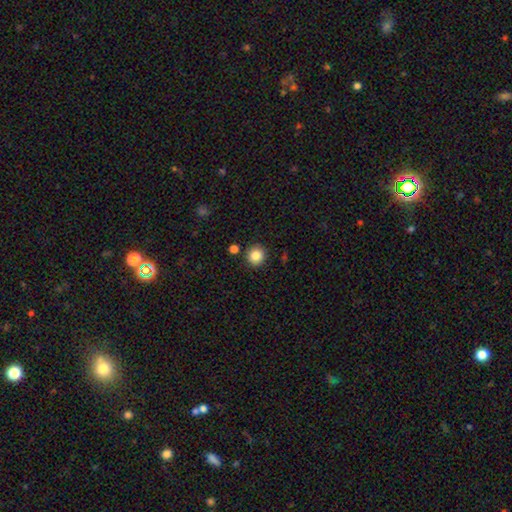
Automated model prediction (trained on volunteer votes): Smooth or featured? Predicted: smooth (p=0.85). How rounded? Predicted: round (p=0.92). Merging? Predicted: none (p=0.89).